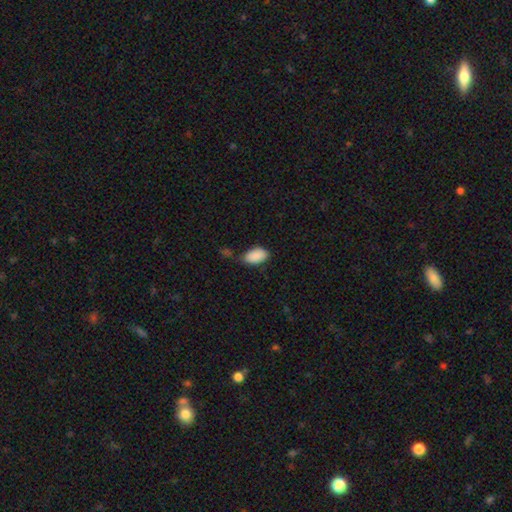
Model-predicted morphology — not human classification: smooth 90%, star or artifact 7%, featured or disk 3%. Down the decision tree: how rounded — in between (95%); merging — none (67%).